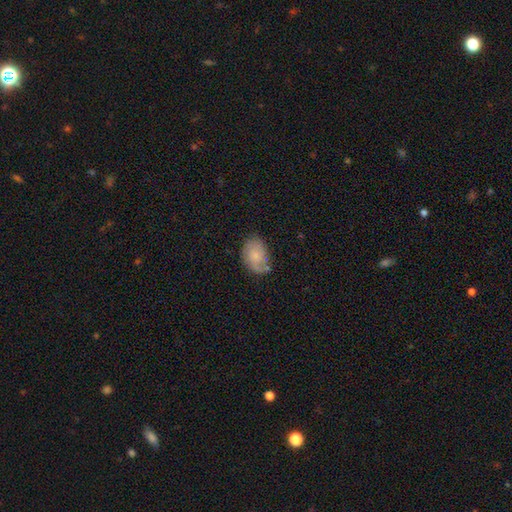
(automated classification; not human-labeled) smooth-or-featured: featured or disk: 49% | smooth: 43% | star or artifact: 8%
  merging: none: 61% | minor disturbance: 26% | major disturbance: 9% | merger: 4%